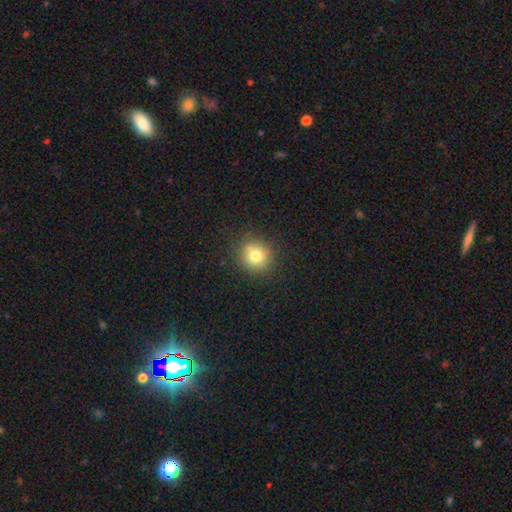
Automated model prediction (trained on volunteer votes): Smooth or featured? Predicted: smooth (p=0.76). How rounded? Predicted: round (p=0.88). Merging? Predicted: none (p=0.77).